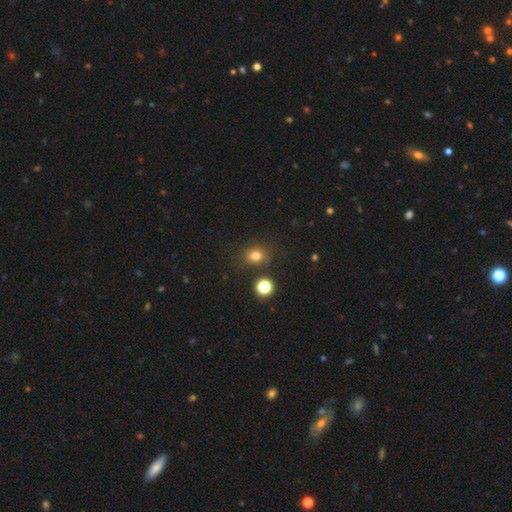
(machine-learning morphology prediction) The model was most divided on "how rounded": round: 63%, in between: 36%, cigar-shaped: 1%. More confident: merging — none (79%); smooth or featured — smooth (77%).